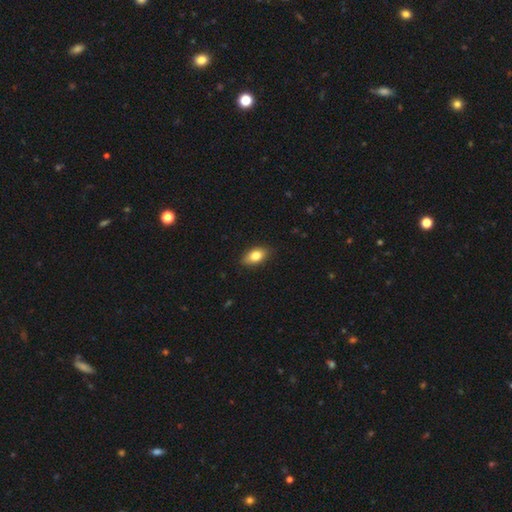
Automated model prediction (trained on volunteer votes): Overall: smooth (80%). How rounded: in between (88%). Merging: none (86%).